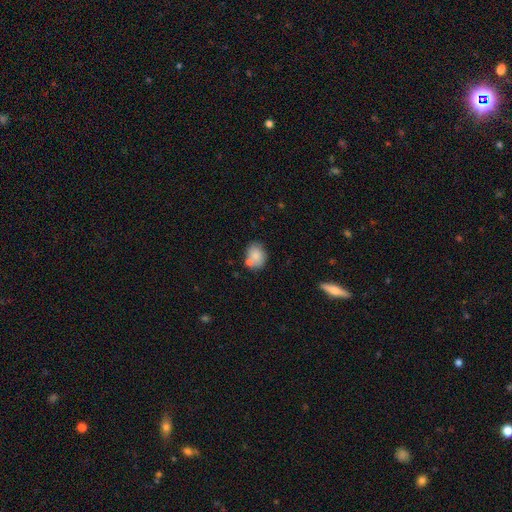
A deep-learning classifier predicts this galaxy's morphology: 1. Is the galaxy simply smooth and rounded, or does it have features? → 81% smooth, 10% featured or disk, 8% star or artifact.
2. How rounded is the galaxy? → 51% round, 48% in between, 1% cigar-shaped.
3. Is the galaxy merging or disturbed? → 60% none, 21% merger, 15% minor disturbance, 4% major disturbance.